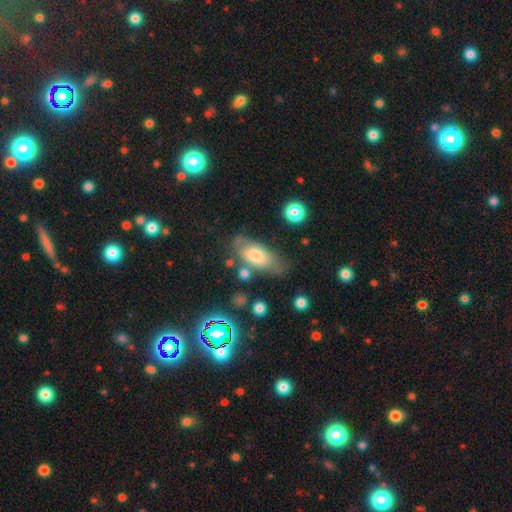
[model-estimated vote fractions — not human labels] This is likely a smooth galaxy (60%). How rounded: clearly in between (85%). Merging: possibly none (58%).